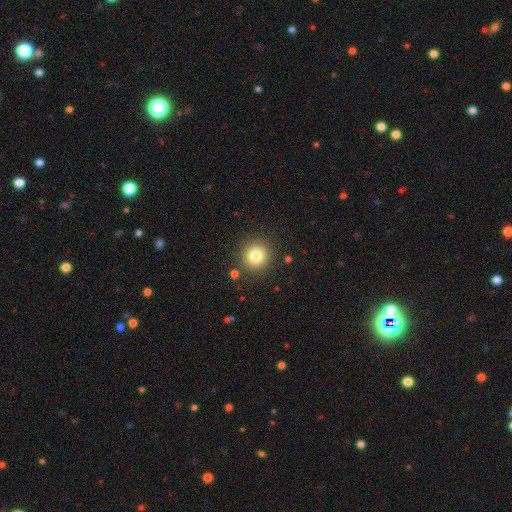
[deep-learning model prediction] The model was most divided on "smooth or featured": smooth: 81%, star or artifact: 12%, featured or disk: 7%. More confident: how rounded — round (93%); merging — none (88%).